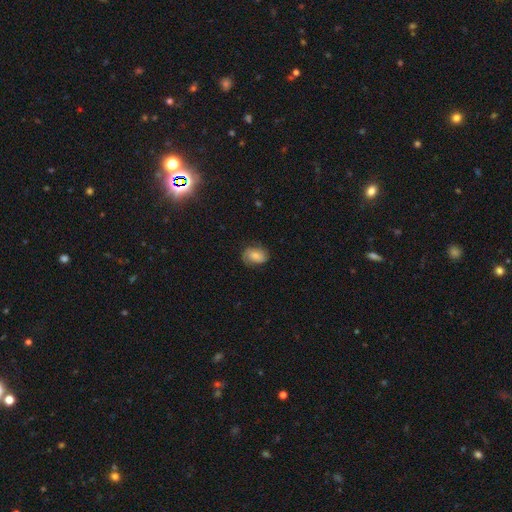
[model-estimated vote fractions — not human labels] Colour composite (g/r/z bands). It shows a smooth galaxy with no disk features (63%) that is in between round and cigar-shaped (74%). Merging: none (69%).